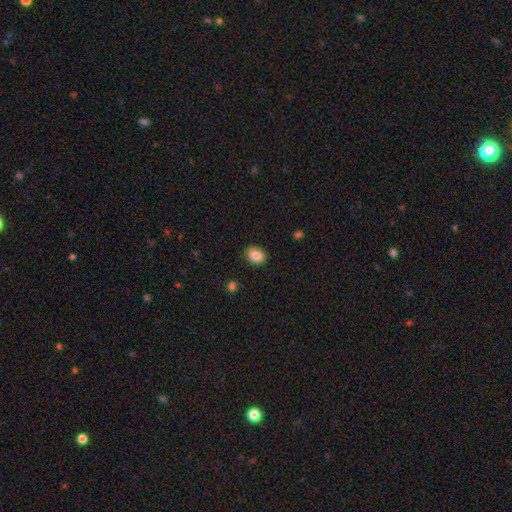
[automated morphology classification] Smooth or featured?
  - smooth: 85% *
  - star or artifact: 8%
  - featured or disk: 7%
How rounded?
  - in between: 61% *
  - round: 37%
  - cigar-shaped: 1%
Merging?
  - none: 86% *
  - minor disturbance: 11%
  - major disturbance: 2%
  - merger: 1%